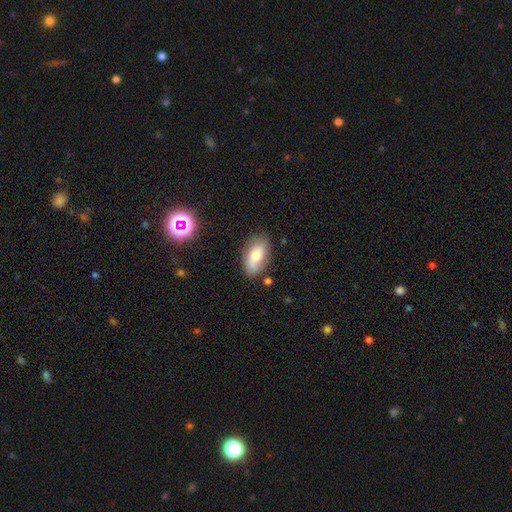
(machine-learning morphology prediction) smooth-or-featured: smooth: 61% | featured or disk: 29% | star or artifact: 9%
  how-rounded: in between: 91% | round: 6% | cigar-shaped: 3%
  merging: none: 75% | minor disturbance: 17% | major disturbance: 4% | merger: 3%